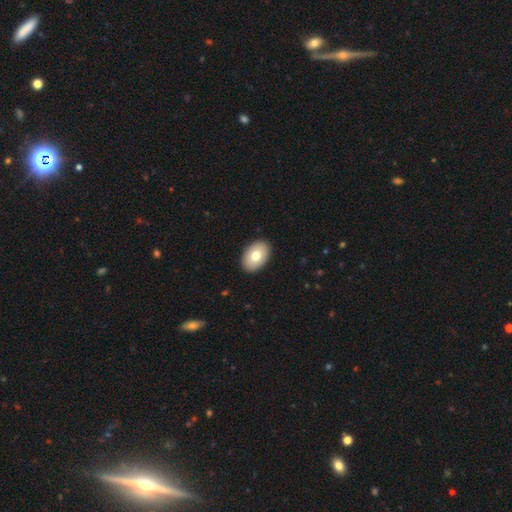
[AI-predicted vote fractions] Smooth or featured? Predicted: smooth (p=0.76). How rounded? Predicted: in between (p=0.88). Merging? Predicted: none (p=0.91).